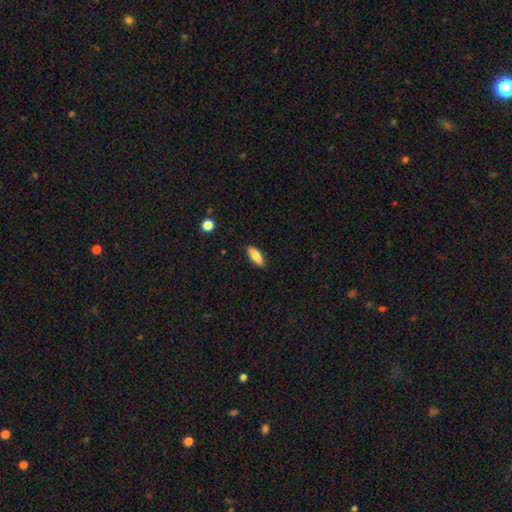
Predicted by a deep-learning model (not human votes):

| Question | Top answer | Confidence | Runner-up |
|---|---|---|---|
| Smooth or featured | smooth | 77% | featured or disk (16%) |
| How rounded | in between | 76% | cigar-shaped (22%) |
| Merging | none | 88% | minor disturbance (9%) |